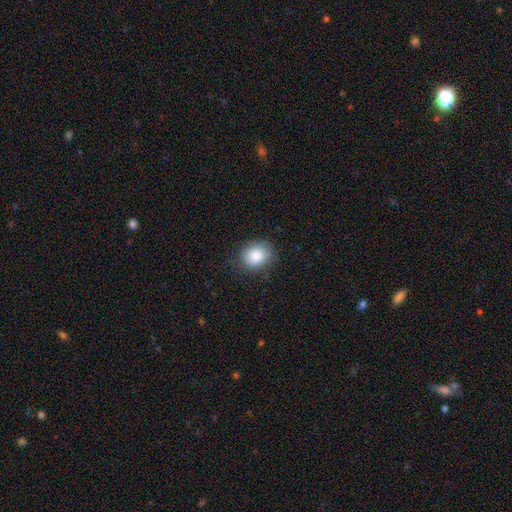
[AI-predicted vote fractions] Morphology: type=smooth (83%); roundness=round (59%); merging=none (80%).